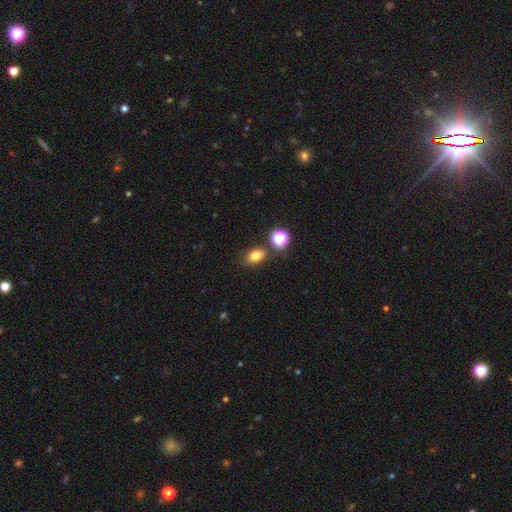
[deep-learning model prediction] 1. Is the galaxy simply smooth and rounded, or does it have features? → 78% smooth, 14% star or artifact, 8% featured or disk.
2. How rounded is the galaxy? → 75% in between, 24% round, 1% cigar-shaped.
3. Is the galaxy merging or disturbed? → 75% none, 12% minor disturbance, 9% merger, 3% major disturbance.